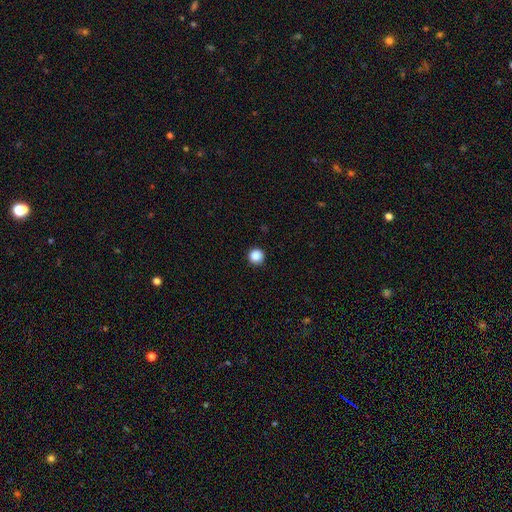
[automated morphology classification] smooth-or-featured: smooth: 88% | star or artifact: 10% | featured or disk: 2%
  how-rounded: round: 96% | in between: 3% | cigar-shaped: 1%
  merging: none: 93% | minor disturbance: 4% | major disturbance: 2% | merger: 1%